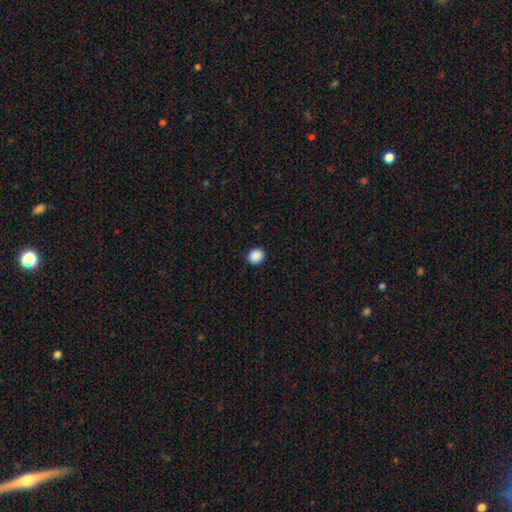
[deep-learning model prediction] A smooth galaxy with no disk features (89%) that is round (85%). Merging: none (92%).